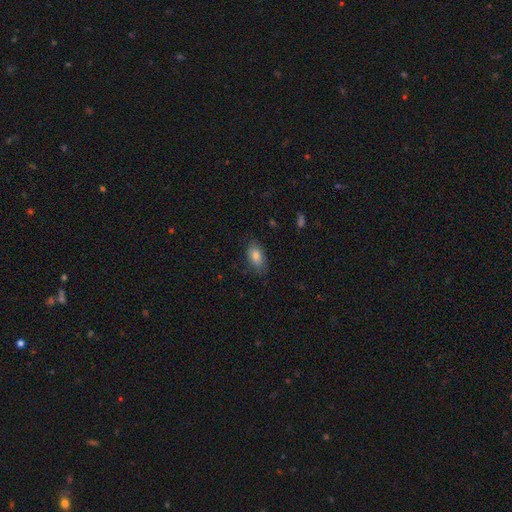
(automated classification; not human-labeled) Smooth or featured? smooth (81%)
How rounded? in between (89%)
Merging? none (76%)